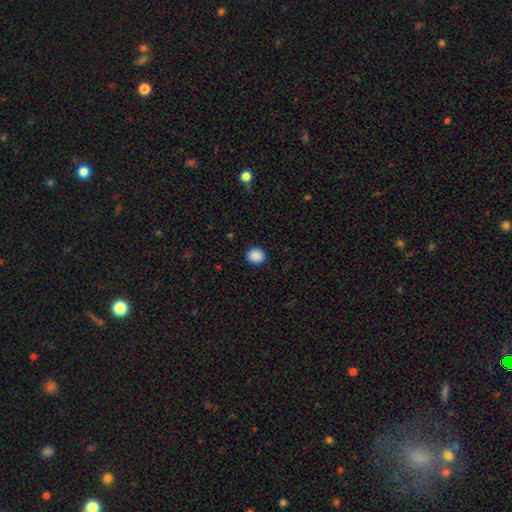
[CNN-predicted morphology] Smooth or featured?
  - smooth: 89% *
  - star or artifact: 9%
  - featured or disk: 2%
How rounded?
  - round: 87% *
  - in between: 12%
  - cigar-shaped: 1%
Merging?
  - none: 91% *
  - minor disturbance: 6%
  - major disturbance: 2%
  - merger: 1%